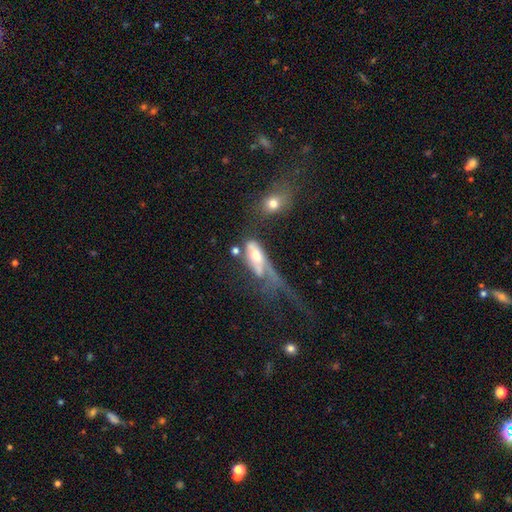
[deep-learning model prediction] smooth-or-featured: featured or disk: 48% | smooth: 43% | star or artifact: 9%
  merging: major disturbance: 48% | merger: 24% | none: 16% | minor disturbance: 12%